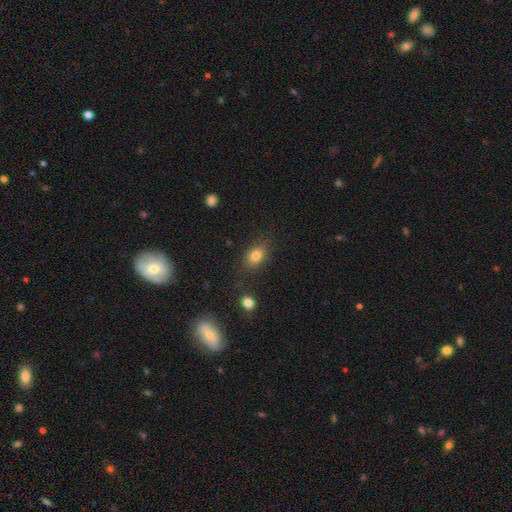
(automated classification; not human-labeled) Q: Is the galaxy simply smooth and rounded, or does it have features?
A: smooth — 81%.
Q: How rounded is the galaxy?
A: in between — 73%.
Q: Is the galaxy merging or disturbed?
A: none — 79%.